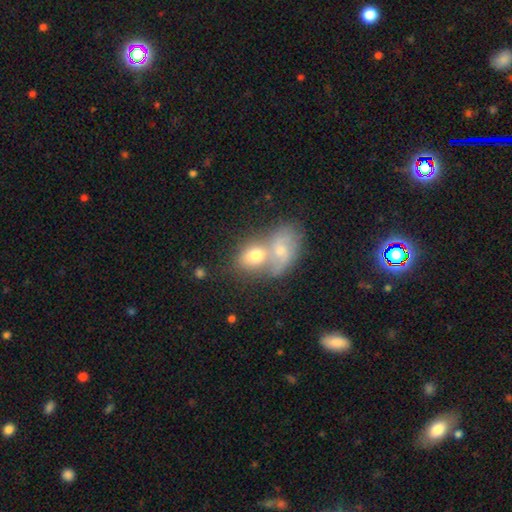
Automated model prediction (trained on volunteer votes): Q: Smooth or featured?
A: smooth (63%); runner-up: featured or disk (27%)
Q: How rounded?
A: in between (67%); runner-up: round (31%)
Q: Merging?
A: merger (62%); runner-up: none (24%)